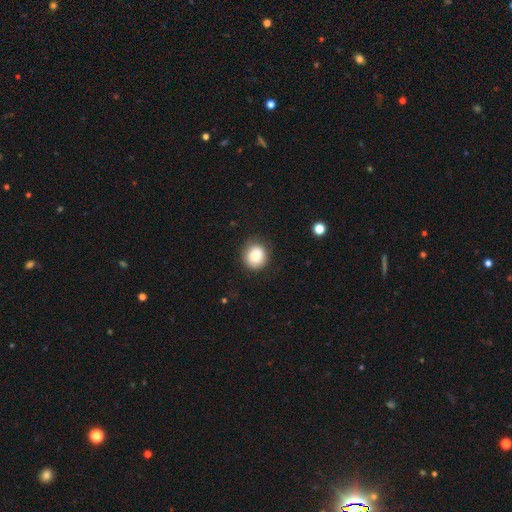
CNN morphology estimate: Smooth or featured? Predicted: smooth (p=0.85). How rounded? Predicted: round (p=0.85). Merging? Predicted: none (p=0.85).